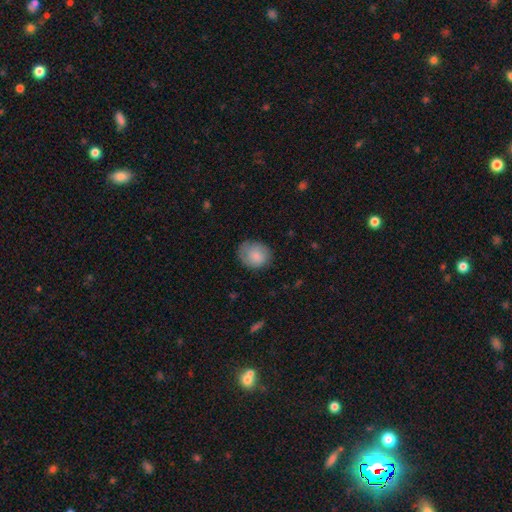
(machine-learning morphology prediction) This is clearly a smooth galaxy (80%). How rounded: likely round (63%). Merging: likely none (68%).